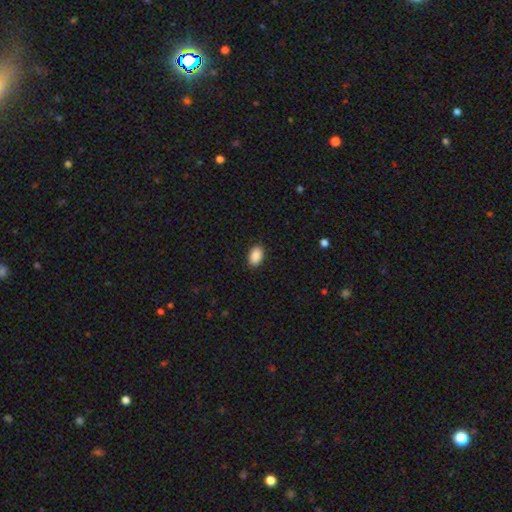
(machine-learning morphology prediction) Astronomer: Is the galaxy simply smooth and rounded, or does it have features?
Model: smooth — 90%.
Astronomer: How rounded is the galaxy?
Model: in between — 91%.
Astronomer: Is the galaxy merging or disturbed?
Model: none — 90%.